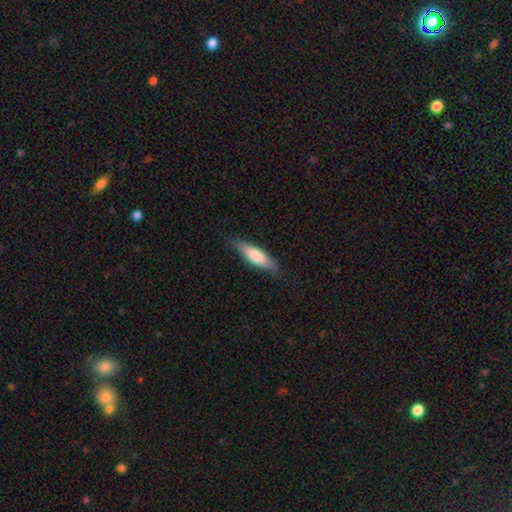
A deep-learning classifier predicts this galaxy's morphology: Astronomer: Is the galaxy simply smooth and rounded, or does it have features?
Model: smooth — 74%.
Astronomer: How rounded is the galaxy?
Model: cigar-shaped — 60% (runner-up: in between, 39%).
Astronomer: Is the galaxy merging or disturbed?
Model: none — 83%.